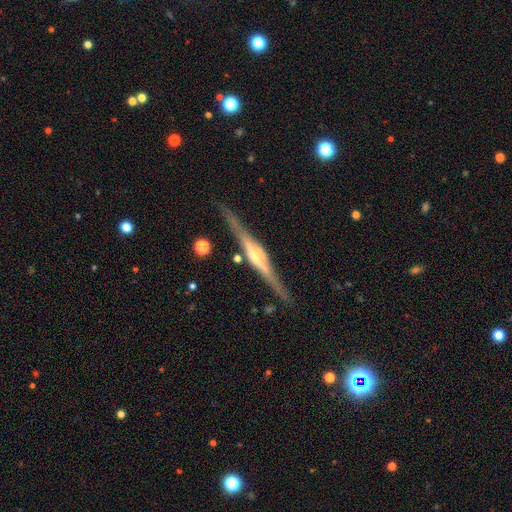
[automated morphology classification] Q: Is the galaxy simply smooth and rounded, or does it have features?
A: featured or disk — 86%.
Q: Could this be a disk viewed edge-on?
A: yes — 98%.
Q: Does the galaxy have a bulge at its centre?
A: rounded — 77%.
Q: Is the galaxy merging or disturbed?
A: none — 85%.